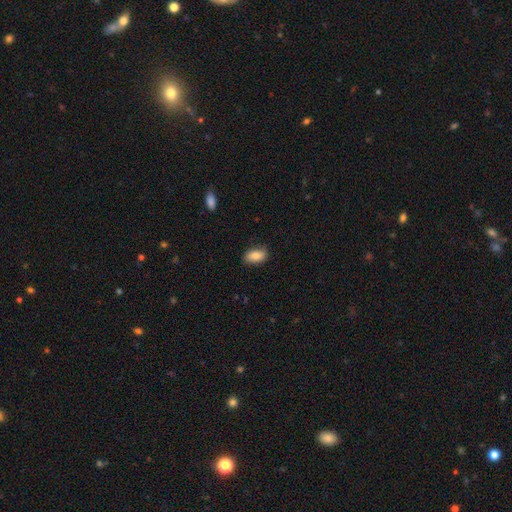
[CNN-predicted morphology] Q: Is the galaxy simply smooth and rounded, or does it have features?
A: smooth — 82%.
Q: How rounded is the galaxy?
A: in between — 91%.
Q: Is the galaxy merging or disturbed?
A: none — 81%.